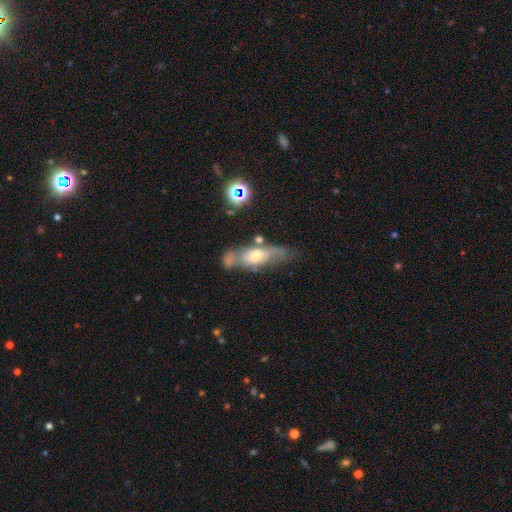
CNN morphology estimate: This appears to be a featured or disk galaxy (54%). Merging: none (46%).